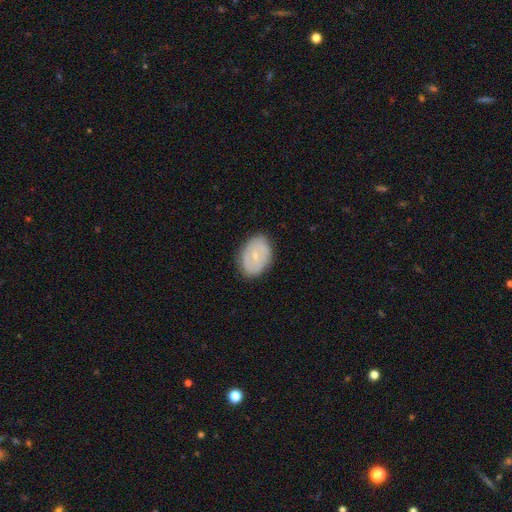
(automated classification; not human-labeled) smooth_or_featured: smooth (p=0.47) [alt: featured or disk p=0.46]
merging: none (p=0.82) [alt: minor disturbance p=0.13]